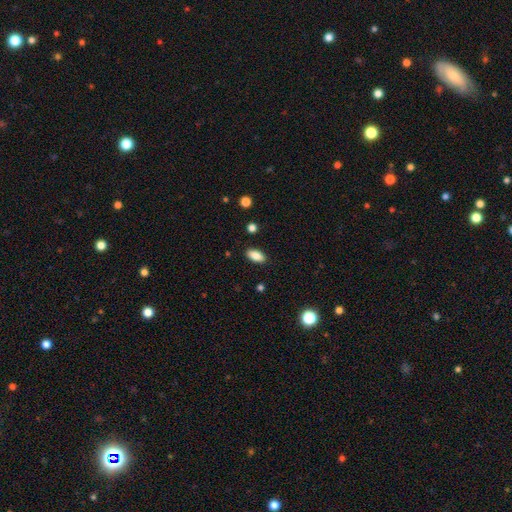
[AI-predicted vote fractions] This appears to be a smooth galaxy with no disk features (86%) that is in between round and cigar-shaped (88%). Merging: none (88%).